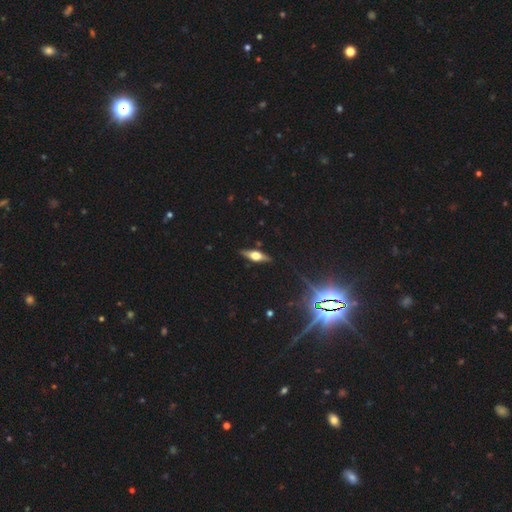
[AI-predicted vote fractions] Smooth or featured: featured or disk — 62% (smooth — 28%)
Edge-on disk: yes — 94% (no — 6%)
Edge-on bulge: rounded — 92% (boxy — 7%)
Merging: none — 87% (minor disturbance — 10%)